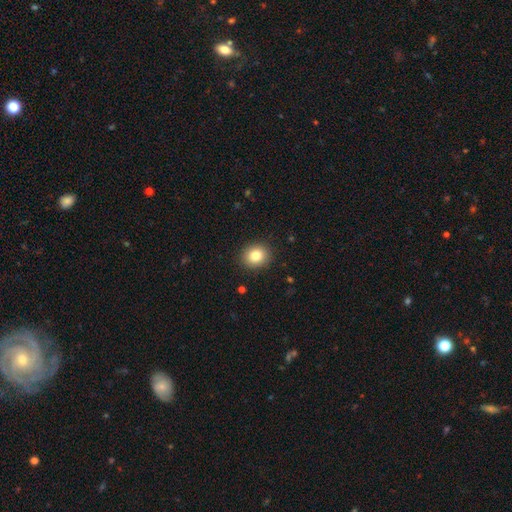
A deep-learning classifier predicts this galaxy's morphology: smooth_or_featured: smooth (p=0.83) [alt: star or artifact p=0.10]
how_rounded: round (p=0.77) [alt: in between p=0.22]
merging: none (p=0.90) [alt: minor disturbance p=0.07]